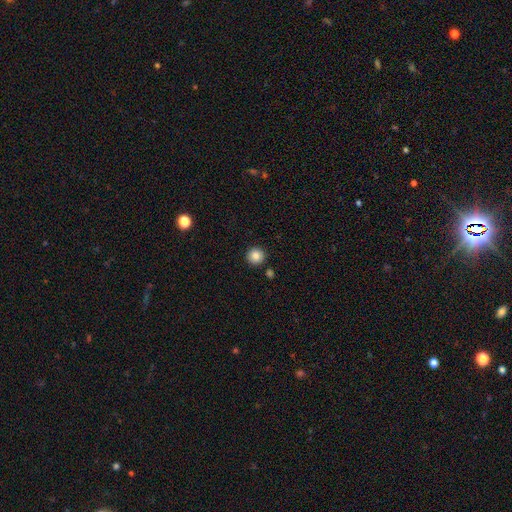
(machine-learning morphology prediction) type=smooth (84%); roundness=round (95%); merging=none (90%).